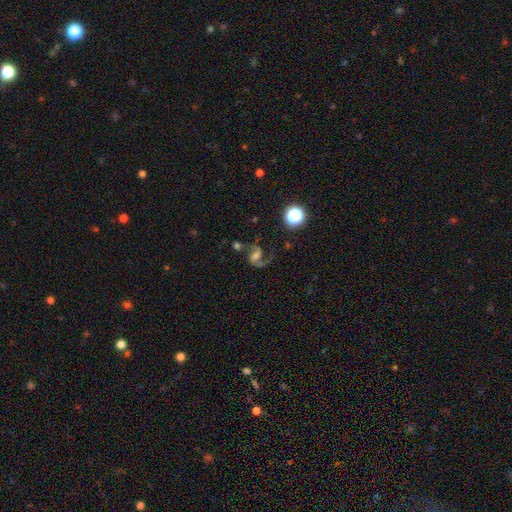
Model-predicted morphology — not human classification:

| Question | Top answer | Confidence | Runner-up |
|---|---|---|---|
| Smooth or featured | featured or disk | 80% | star or artifact (11%) |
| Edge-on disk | no | 98% | yes (2%) |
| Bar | weak | 46% | no (29%) |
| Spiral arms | yes | 96% | no (4%) |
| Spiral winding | loose | 51% | medium (42%) |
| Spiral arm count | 2 | 84% | 1 (11%) |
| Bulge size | moderate | 39% | small (35%) |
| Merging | none | 60% | major disturbance (18%) |